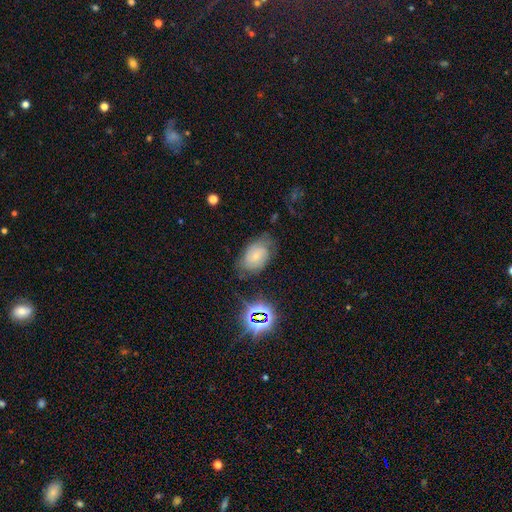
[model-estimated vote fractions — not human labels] A featured or disk galaxy (44%). Merging: none (59%).